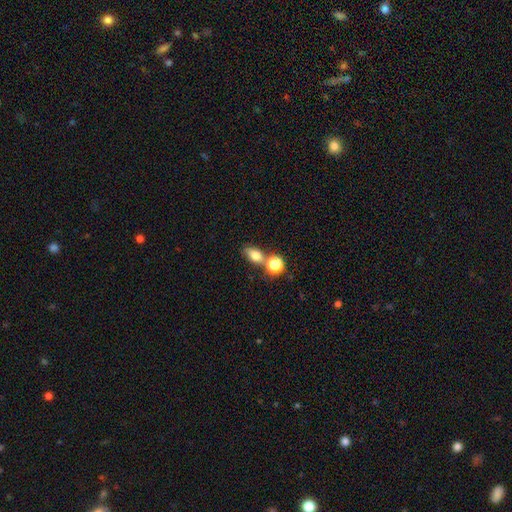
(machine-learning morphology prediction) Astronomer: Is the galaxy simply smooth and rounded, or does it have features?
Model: smooth — 74%.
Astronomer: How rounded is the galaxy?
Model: in between — 73%.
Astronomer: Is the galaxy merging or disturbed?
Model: none — 54% (runner-up: merger, 30%).